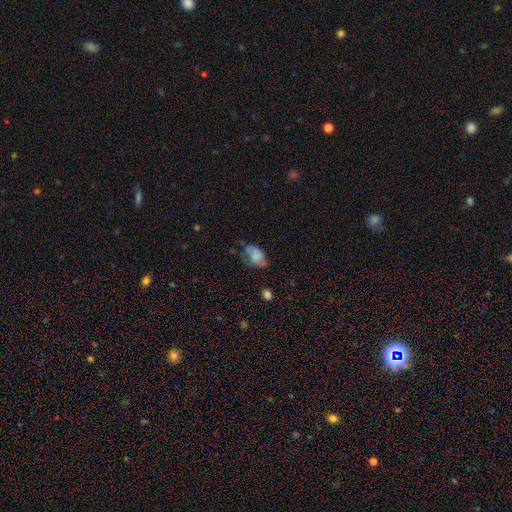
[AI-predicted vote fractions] A smooth galaxy with no disk features (61%) that is in between round and cigar-shaped (82%). Merging: none (41%).